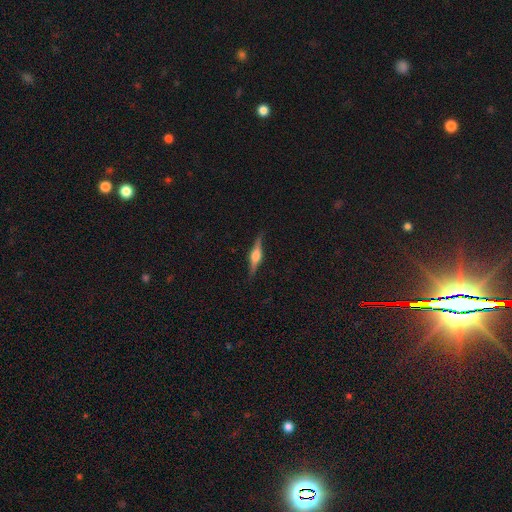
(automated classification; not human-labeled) A featured or disk galaxy (79%) viewed edge-on (98%) with a rounded central bulge (88%). Merging: none (88%).